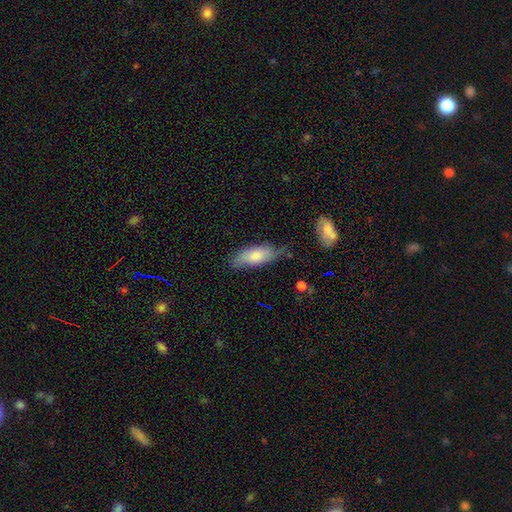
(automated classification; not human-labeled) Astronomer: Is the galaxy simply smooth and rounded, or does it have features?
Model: smooth — 77%.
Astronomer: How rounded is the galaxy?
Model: in between — 73%.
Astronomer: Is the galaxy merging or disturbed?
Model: none — 60%.